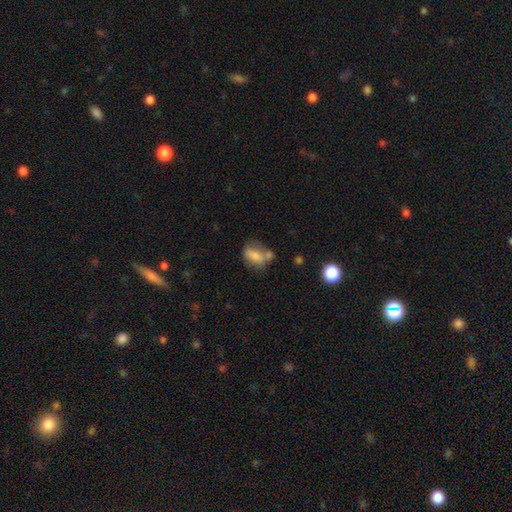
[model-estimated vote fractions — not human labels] Smooth or featured? smooth (71%)
How rounded? in between (79%)
Merging? none (38%)